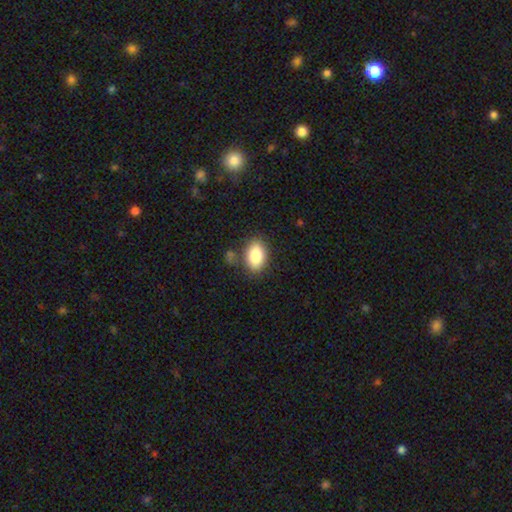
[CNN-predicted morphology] smooth 86%, star or artifact 7%, featured or disk 7%. Down the decision tree: how rounded — in between (91%); merging — none (76%).